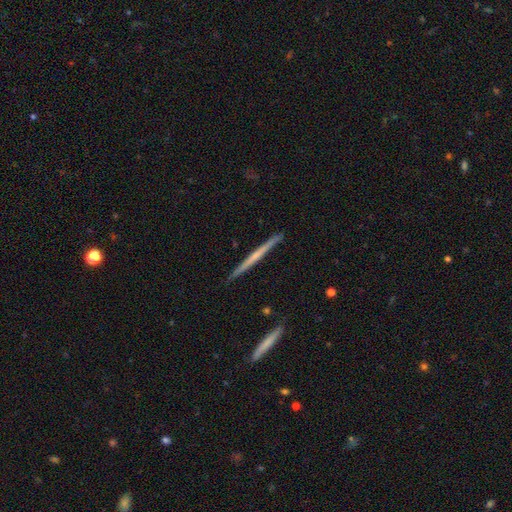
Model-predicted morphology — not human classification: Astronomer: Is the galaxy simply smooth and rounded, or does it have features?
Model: featured or disk — 61%.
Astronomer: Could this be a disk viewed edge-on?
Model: yes — 98%.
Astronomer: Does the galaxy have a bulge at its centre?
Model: none — 73%.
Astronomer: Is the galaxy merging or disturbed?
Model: none — 91%.